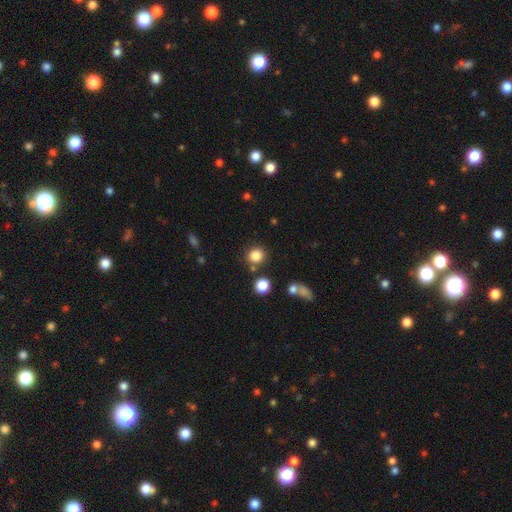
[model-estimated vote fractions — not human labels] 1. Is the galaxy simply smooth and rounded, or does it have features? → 83% smooth, 12% star or artifact, 5% featured or disk.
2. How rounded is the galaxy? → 87% round, 12% in between, 1% cigar-shaped.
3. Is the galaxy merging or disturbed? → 80% none, 9% minor disturbance, 8% merger, 3% major disturbance.